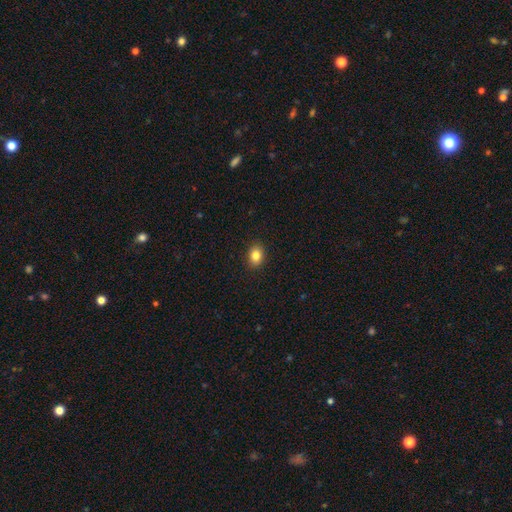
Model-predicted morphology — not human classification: This appears to be a smooth galaxy with no disk features (84%) that is in between round and cigar-shaped (65%). Merging: none (90%).